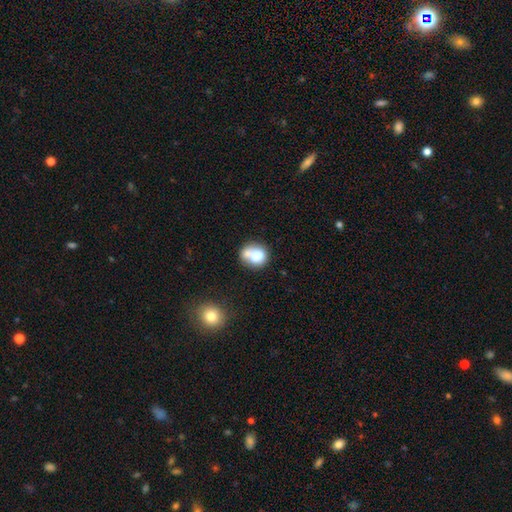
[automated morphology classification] Q: Smooth or featured?
A: smooth (72%); runner-up: featured or disk (19%)
Q: How rounded?
A: round (70%); runner-up: in between (29%)
Q: Merging?
A: merger (46%); runner-up: none (36%)